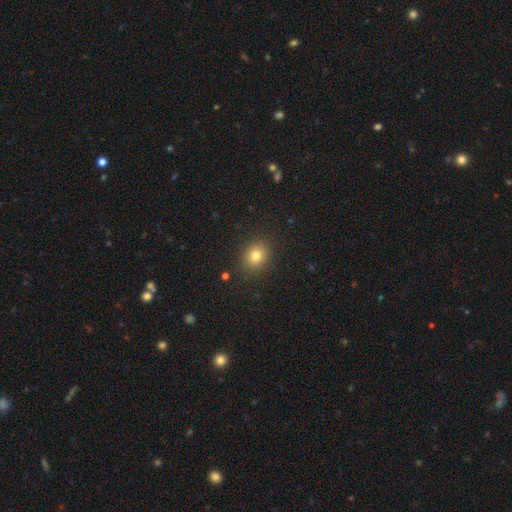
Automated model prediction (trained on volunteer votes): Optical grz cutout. It shows a smooth galaxy with no disk features (79%) that is round (61%). Merging: none (88%).